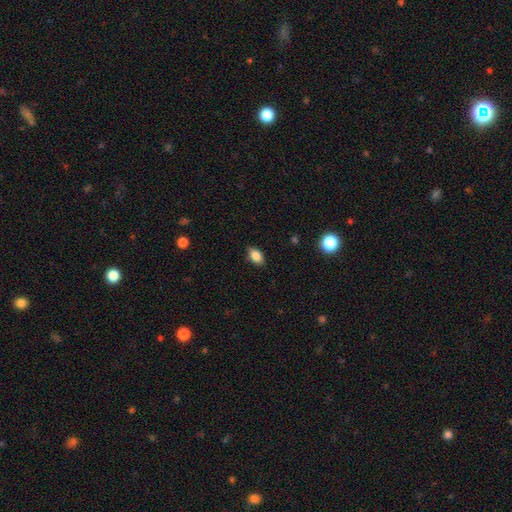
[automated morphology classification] Smooth or featured: smooth — 86% (star or artifact — 9%)
How rounded: in between — 87% (round — 10%)
Merging: none — 85% (minor disturbance — 12%)